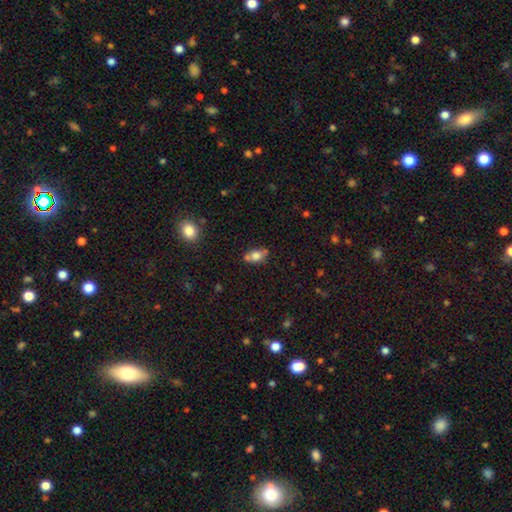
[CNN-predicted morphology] A smooth galaxy with no disk features (71%) that is in between round and cigar-shaped (73%). Merging: none (53%).